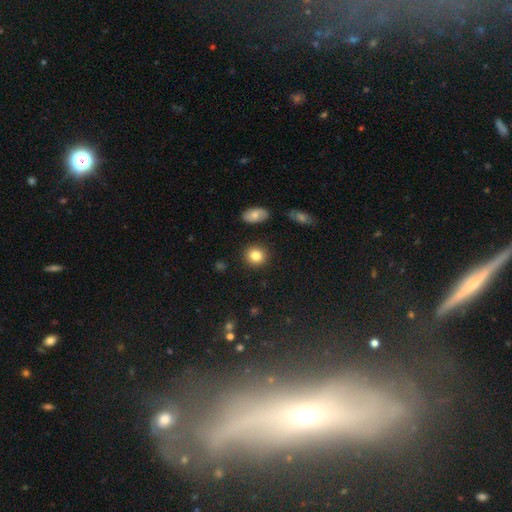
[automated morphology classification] Smooth or featured: smooth — 84% (star or artifact — 9%)
How rounded: round — 84% (in between — 15%)
Merging: none — 89% (minor disturbance — 6%)